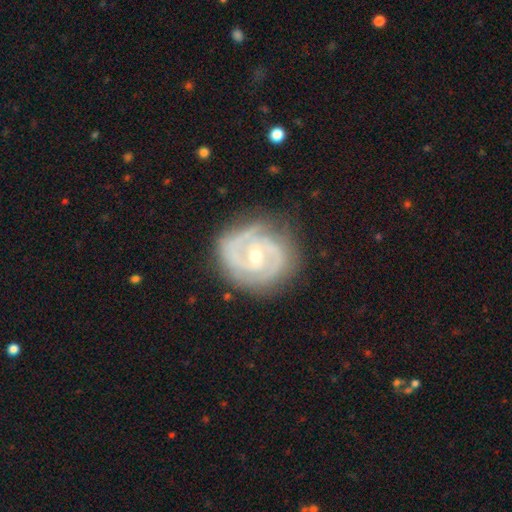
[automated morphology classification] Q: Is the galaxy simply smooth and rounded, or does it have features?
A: featured or disk — 89%.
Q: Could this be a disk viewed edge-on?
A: no — 98%.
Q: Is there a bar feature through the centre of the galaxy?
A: no — 59%.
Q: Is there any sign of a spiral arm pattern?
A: yes — 97%.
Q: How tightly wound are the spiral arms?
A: tight — 62%.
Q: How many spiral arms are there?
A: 2 — 61%.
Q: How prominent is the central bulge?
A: small — 55%.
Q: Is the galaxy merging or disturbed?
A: none — 77%.